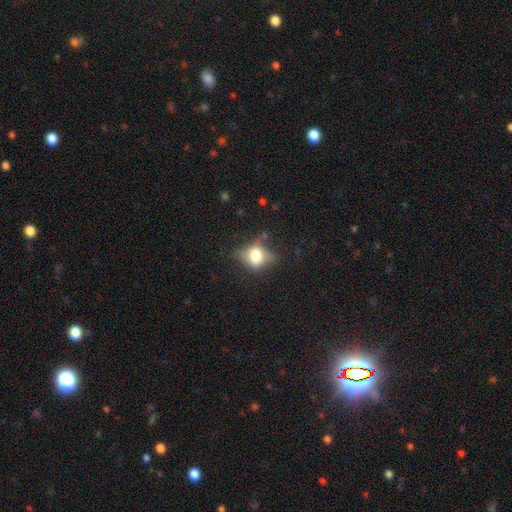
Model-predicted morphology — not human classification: smooth_or_featured: smooth (p=0.68) [alt: featured or disk p=0.21]
how_rounded: in between (p=0.56) [alt: round p=0.42]
merging: none (p=0.51) [alt: minor disturbance p=0.30]